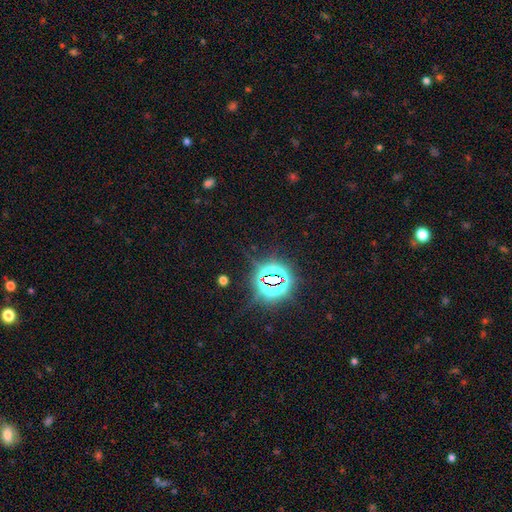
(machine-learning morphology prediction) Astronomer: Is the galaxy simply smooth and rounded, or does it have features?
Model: star or artifact — 81%.